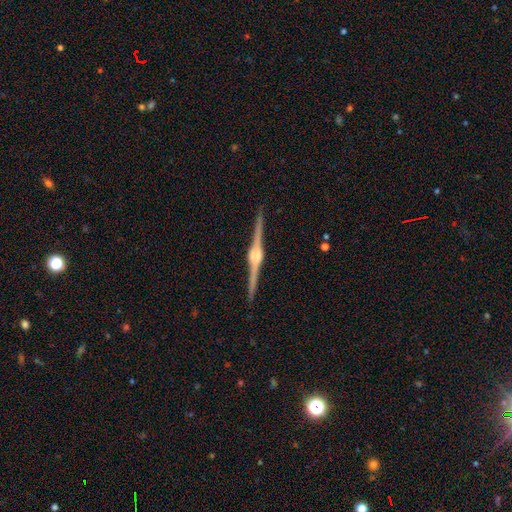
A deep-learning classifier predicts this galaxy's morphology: Q: Smooth or featured?
A: featured or disk (91%); runner-up: star or artifact (5%)
Q: Edge-on disk?
A: yes (99%); runner-up: no (1%)
Q: Edge-on bulge?
A: rounded (79%); runner-up: boxy (18%)
Q: Merging?
A: none (90%); runner-up: minor disturbance (7%)